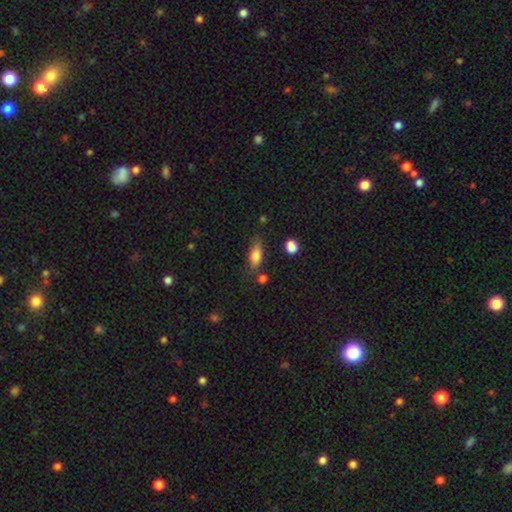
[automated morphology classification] smooth-or-featured: smooth: 81% | featured or disk: 11% | star or artifact: 8%
  how-rounded: in between: 79% | cigar-shaped: 16% | round: 5%
  merging: none: 64% | minor disturbance: 24% | major disturbance: 7% | merger: 5%